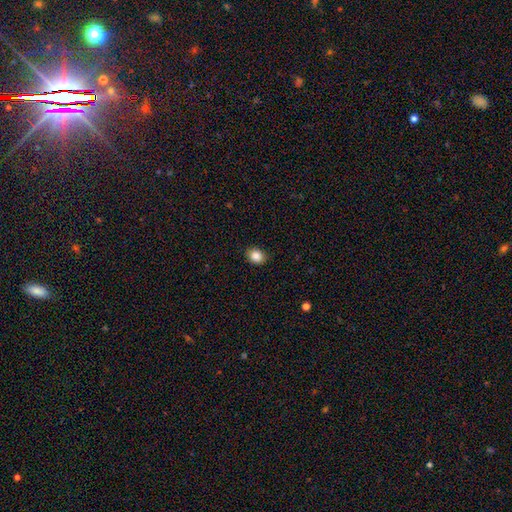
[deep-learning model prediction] The model was most divided on "how rounded": round: 52%, in between: 47%, cigar-shaped: 1%. More confident: merging — none (88%); smooth or featured — smooth (86%).